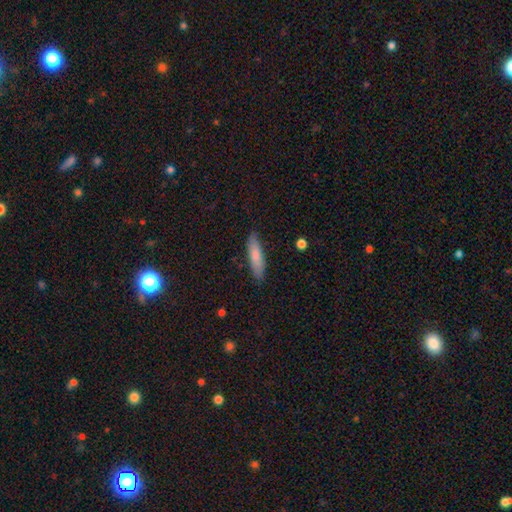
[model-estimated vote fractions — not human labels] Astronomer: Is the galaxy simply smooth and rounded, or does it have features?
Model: smooth — 78%.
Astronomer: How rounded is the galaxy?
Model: cigar-shaped — 69%.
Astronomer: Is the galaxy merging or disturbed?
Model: none — 85%.